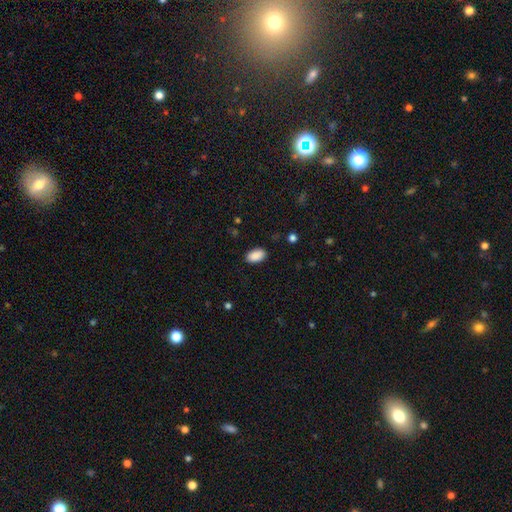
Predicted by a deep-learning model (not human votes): Morphology: type=smooth (90%); roundness=in between (94%); merging=none (88%).